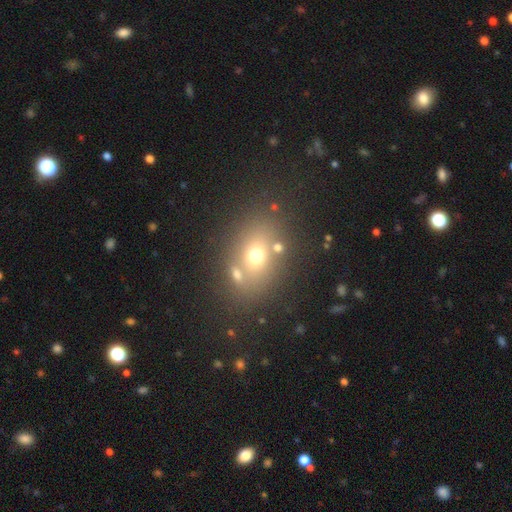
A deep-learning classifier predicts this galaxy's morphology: smooth_or_featured: smooth (p=0.63) [alt: star or artifact p=0.19]
how_rounded: in between (p=0.58) [alt: round p=0.41]
merging: none (p=0.66) [alt: merger p=0.18]